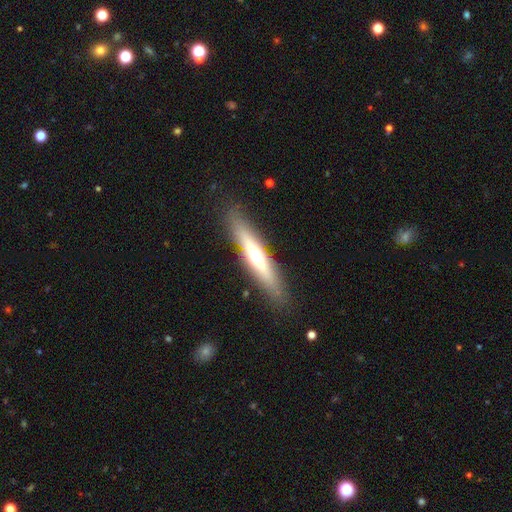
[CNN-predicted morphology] This appears to be a featured or disk galaxy (52%) viewed edge-on (86%). Merging: none (87%).